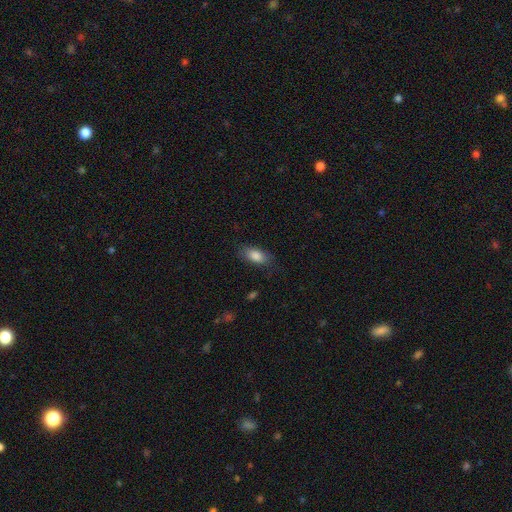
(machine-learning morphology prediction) Smooth or featured? smooth (85%)
How rounded? in between (88%)
Merging? none (78%)